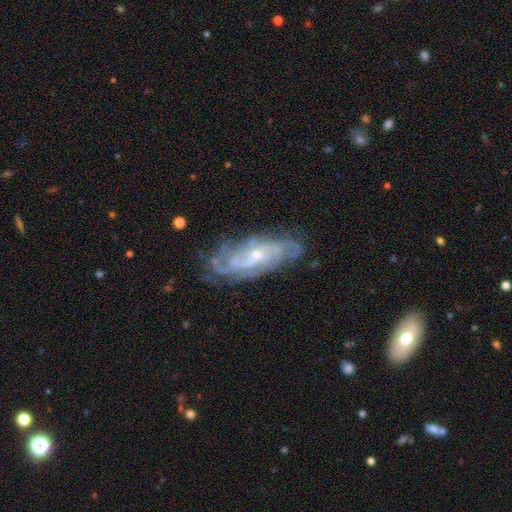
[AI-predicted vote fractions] Smooth or featured: featured or disk — 84% (smooth — 9%)
Edge-on disk: no — 89% (yes — 11%)
Bar: no — 60% (weak — 32%)
Spiral arms: yes — 94% (no — 6%)
Spiral winding: tight — 58% (medium — 33%)
Spiral arm count: can't tell — 39% (2 — 17%)
Bulge size: small — 65% (moderate — 30%)
Merging: none — 74% (minor disturbance — 18%)